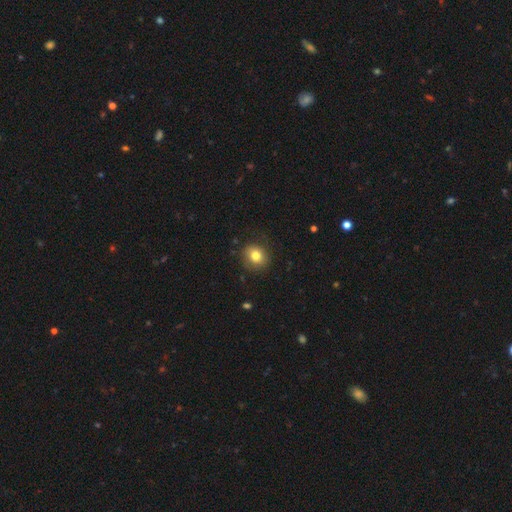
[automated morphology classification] The model was most divided on "how rounded": round: 76%, in between: 23%, cigar-shaped: 1%. More confident: merging — none (83%); smooth or featured — smooth (80%).